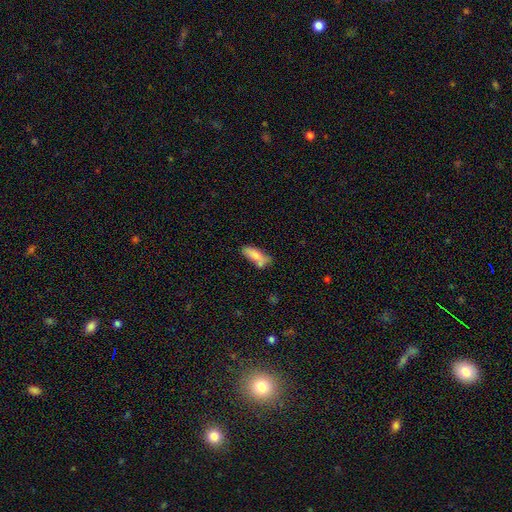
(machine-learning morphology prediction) type=smooth (80%); roundness=in between (68%); merging=none (50%).